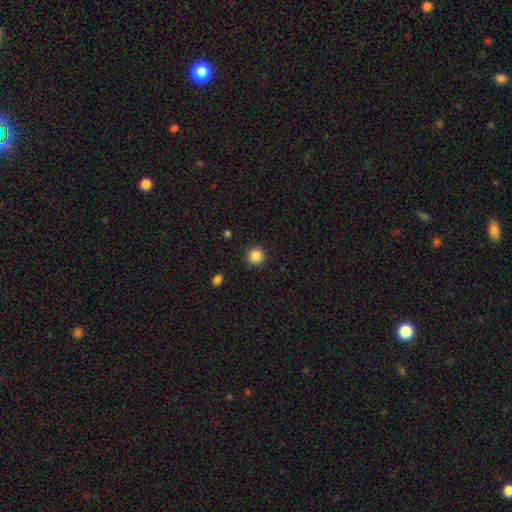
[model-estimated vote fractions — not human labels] Q: Smooth or featured?
A: smooth (86%); runner-up: star or artifact (10%)
Q: How rounded?
A: round (94%); runner-up: in between (5%)
Q: Merging?
A: none (92%); runner-up: minor disturbance (5%)